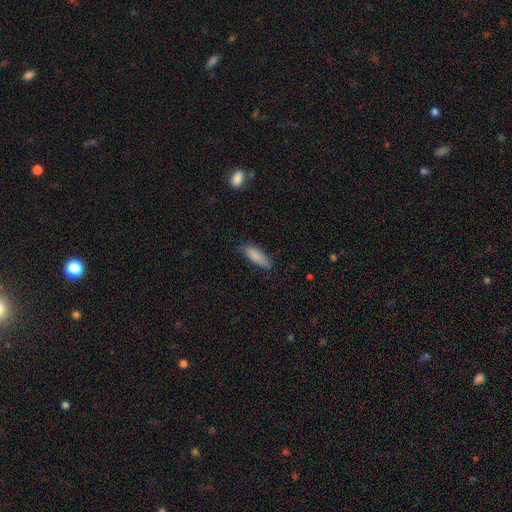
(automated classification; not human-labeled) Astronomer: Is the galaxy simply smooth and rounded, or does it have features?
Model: smooth — 86%.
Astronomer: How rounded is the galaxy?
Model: in between — 53% (runner-up: cigar-shaped, 45%).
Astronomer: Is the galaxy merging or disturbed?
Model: none — 71%.